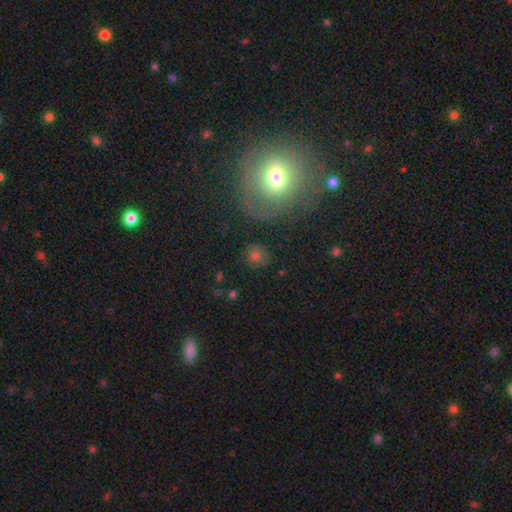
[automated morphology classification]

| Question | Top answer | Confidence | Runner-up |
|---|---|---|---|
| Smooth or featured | smooth | 64% | star or artifact (21%) |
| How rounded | round | 84% | in between (15%) |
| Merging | none | 81% | minor disturbance (10%) |